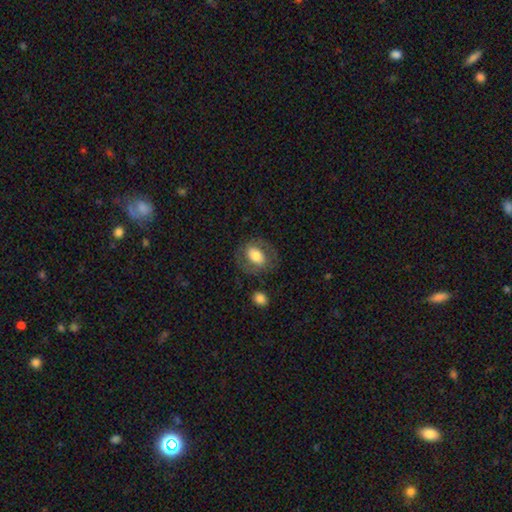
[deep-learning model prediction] Morphology: type=smooth (59%); roundness=in between (69%); merging=none (71%).